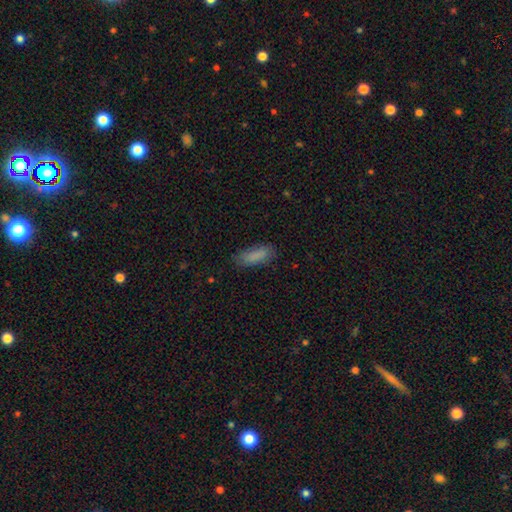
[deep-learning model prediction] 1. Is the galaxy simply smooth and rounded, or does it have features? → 85% smooth, 7% star or artifact, 7% featured or disk.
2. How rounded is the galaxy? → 61% in between, 37% cigar-shaped, 2% round.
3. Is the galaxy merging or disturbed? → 78% none, 17% minor disturbance, 4% major disturbance, 1% merger.